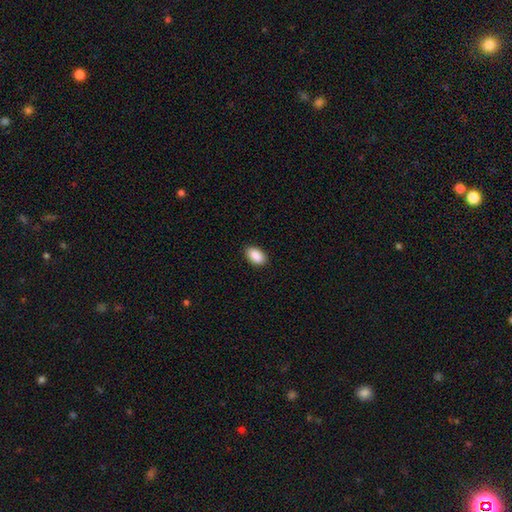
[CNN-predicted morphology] A smooth galaxy with no disk features (90%) that is in between round and cigar-shaped (94%).

Vote fractions:
- Smooth or featured? smooth: 90% / star or artifact: 7% / featured or disk: 3%
- How rounded? in between: 94% / round: 5% / cigar-shaped: 1%
- Merging? none: 90% / minor disturbance: 7% / major disturbance: 2% / merger: 1%